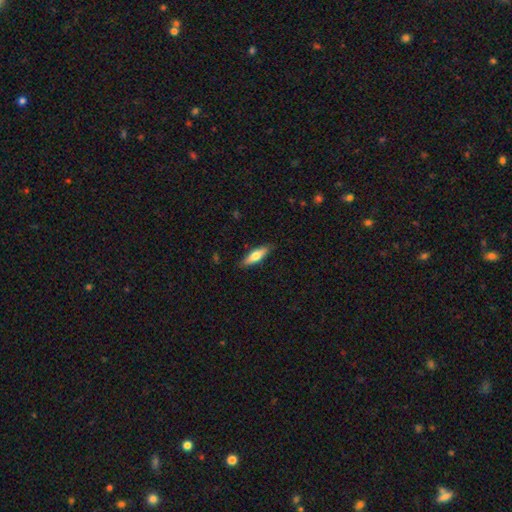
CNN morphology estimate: Overall: smooth (65%; featured or disk 30%). How rounded: cigar-shaped (57%; in between 41%). Merging: none (86%).